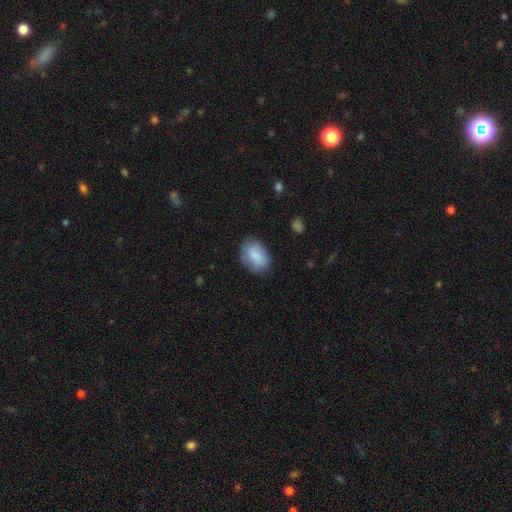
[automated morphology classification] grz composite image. It shows a smooth galaxy with no disk features (82%) that is in between round and cigar-shaped (83%). Merging: none (75%).